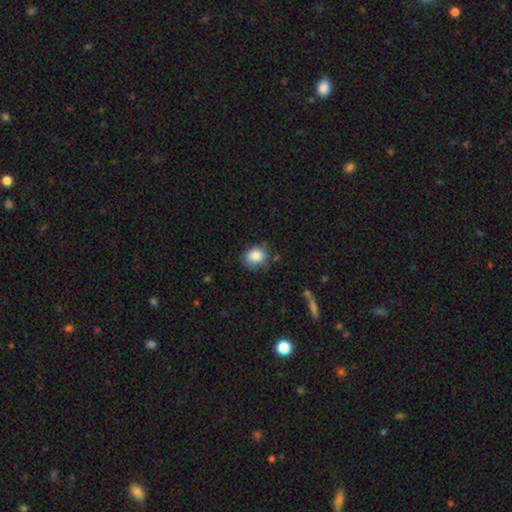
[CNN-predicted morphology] Smooth or featured?
  - smooth: 85% *
  - star or artifact: 9%
  - featured or disk: 6%
How rounded?
  - round: 58% *
  - in between: 41%
  - cigar-shaped: 1%
Merging?
  - none: 70% *
  - minor disturbance: 22%
  - major disturbance: 5%
  - merger: 2%